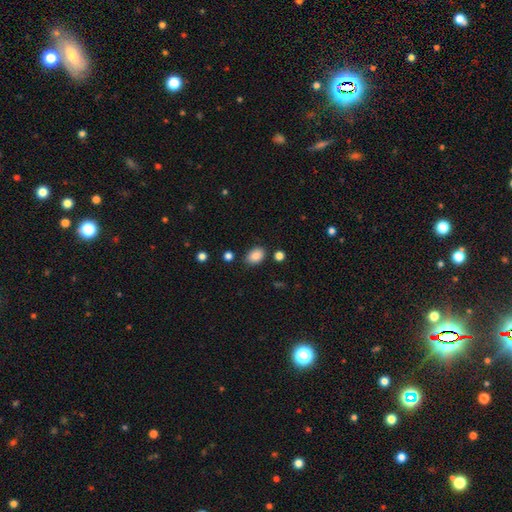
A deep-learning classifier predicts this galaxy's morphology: type=smooth (86%); roundness=in between (77%); merging=none (81%).